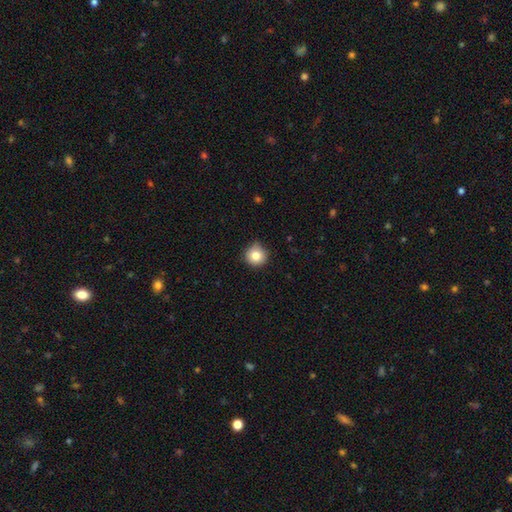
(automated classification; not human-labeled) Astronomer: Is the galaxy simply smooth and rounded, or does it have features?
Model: smooth — 83%.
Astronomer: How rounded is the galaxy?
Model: round — 94%.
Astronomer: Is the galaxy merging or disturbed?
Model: none — 82%.